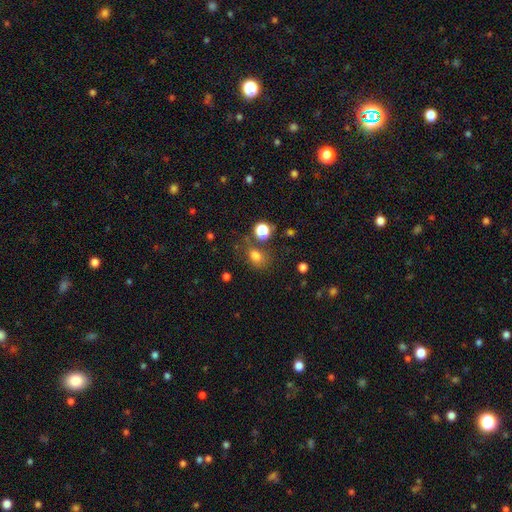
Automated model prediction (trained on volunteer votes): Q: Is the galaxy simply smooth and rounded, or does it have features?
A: smooth — 76%.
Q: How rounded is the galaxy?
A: in between — 58%.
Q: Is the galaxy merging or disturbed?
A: none — 62%.